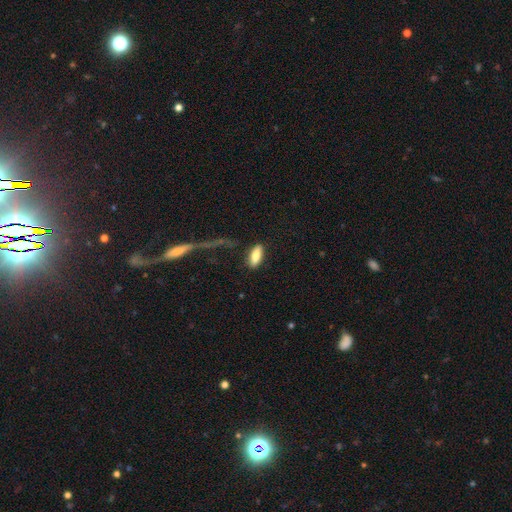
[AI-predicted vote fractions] A smooth galaxy with no disk features (80%) that is in between round and cigar-shaped (77%). Merging: none (81%).